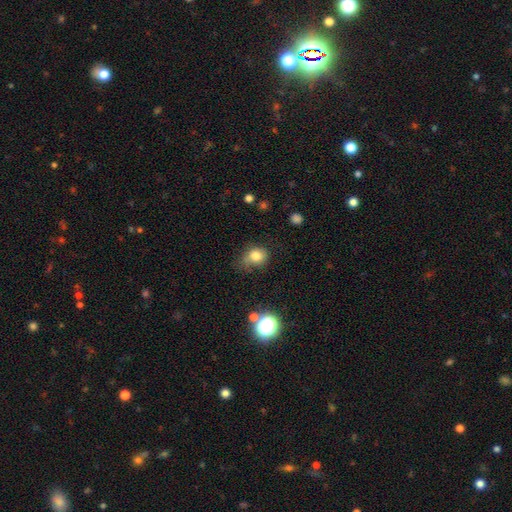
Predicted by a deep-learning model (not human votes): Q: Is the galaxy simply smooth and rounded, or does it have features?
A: smooth — 79%.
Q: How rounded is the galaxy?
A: round — 58%.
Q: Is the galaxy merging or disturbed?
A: none — 51%.